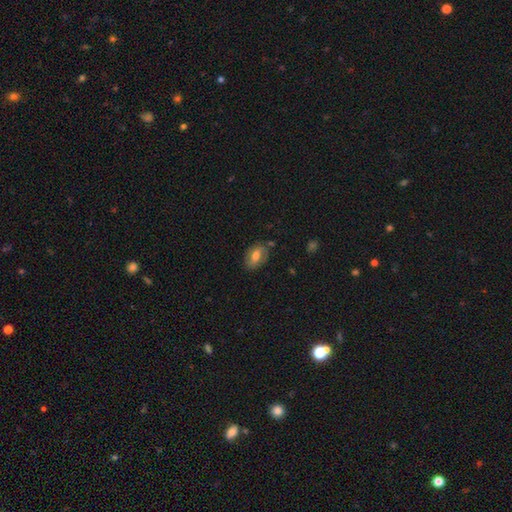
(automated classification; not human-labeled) Overall: smooth (60%; featured or disk 32%). How rounded: in between (87%). Merging: none (74%).